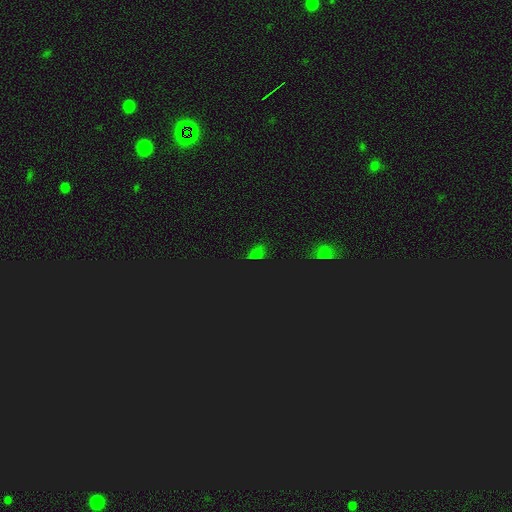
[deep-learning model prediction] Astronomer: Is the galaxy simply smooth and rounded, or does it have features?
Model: star or artifact — 56% (runner-up: smooth, 36%).